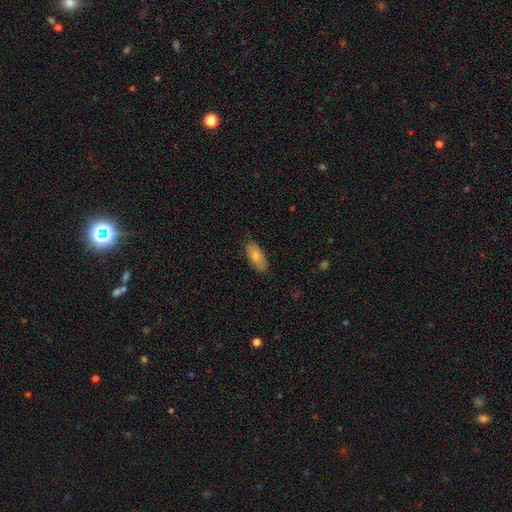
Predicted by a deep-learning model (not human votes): The model was most divided on "smooth or featured": smooth: 76%, featured or disk: 18%, star or artifact: 6%. More confident: how rounded — in between (89%); merging — none (82%).